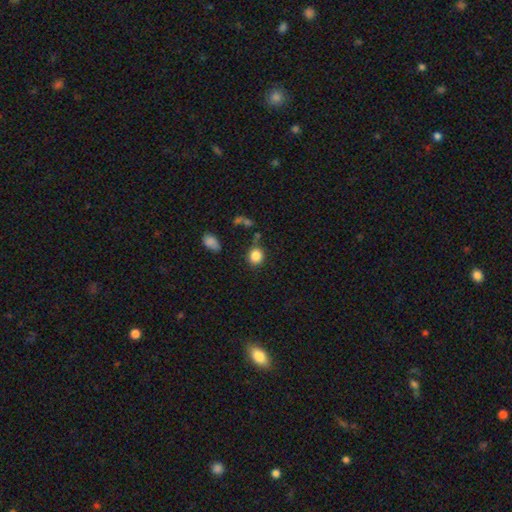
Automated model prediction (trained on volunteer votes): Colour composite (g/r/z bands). It shows a smooth galaxy with no disk features (85%) that is round (81%). Merging: none (78%).